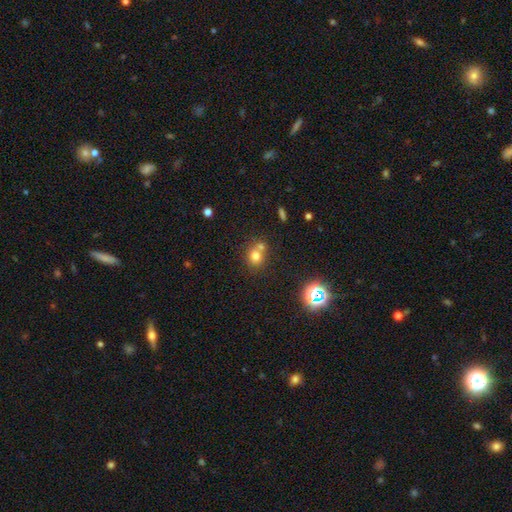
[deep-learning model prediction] This is likely a smooth galaxy (72%). How rounded: likely round (75%). Merging: possibly none (45%).